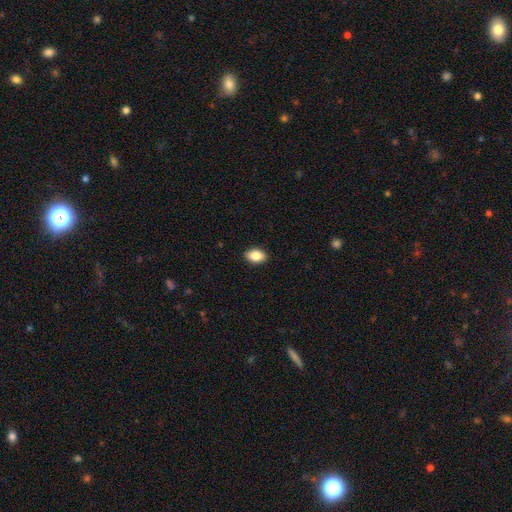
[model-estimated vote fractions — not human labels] smooth_or_featured: smooth (p=0.86) [alt: star or artifact p=0.07]
how_rounded: in between (p=0.88) [alt: round p=0.11]
merging: none (p=0.90) [alt: minor disturbance p=0.08]